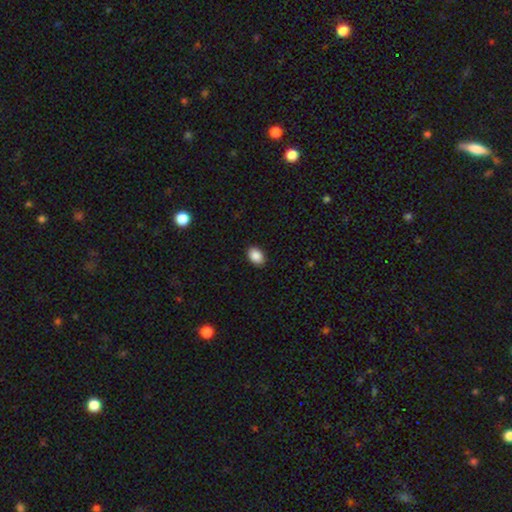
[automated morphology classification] This is clearly a smooth galaxy (89%). How rounded: clearly in between (82%). Merging: clearly none (90%).